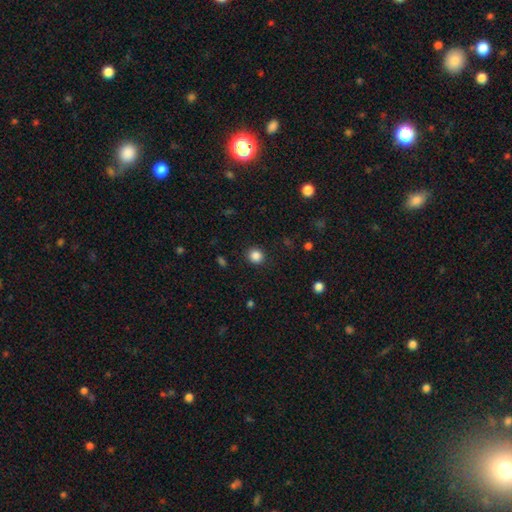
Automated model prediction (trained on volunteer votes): Morphology: type=smooth (86%); roundness=round (90%); merging=none (91%).